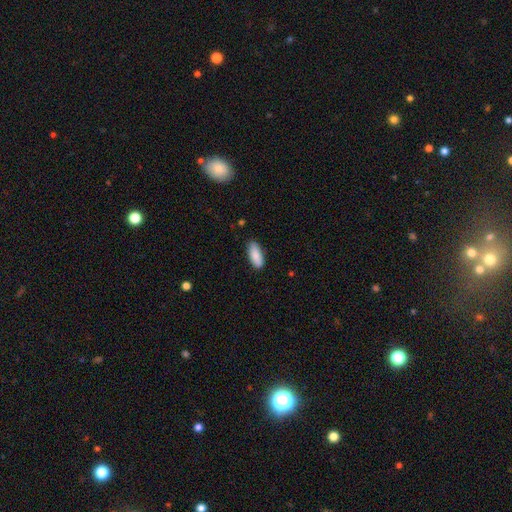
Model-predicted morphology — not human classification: type=smooth (88%); roundness=in between (81%); merging=none (86%).